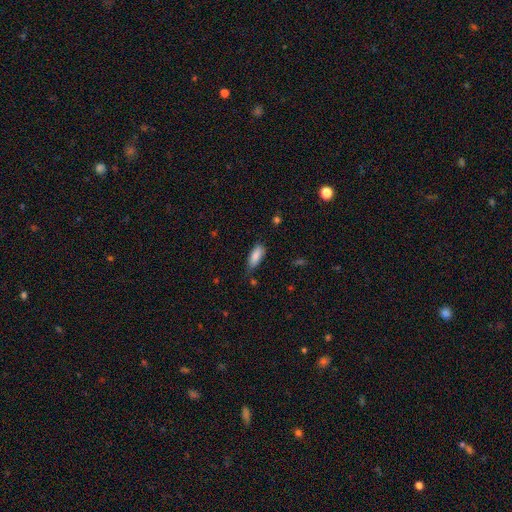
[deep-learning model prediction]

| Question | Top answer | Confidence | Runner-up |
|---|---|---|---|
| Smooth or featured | smooth | 86% | featured or disk (7%) |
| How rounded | in between | 76% | cigar-shaped (22%) |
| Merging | none | 61% | minor disturbance (31%) |